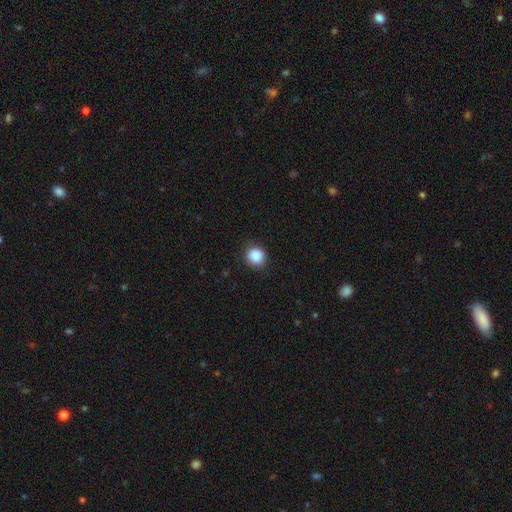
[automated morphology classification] smooth_or_featured: smooth (p=0.88) [alt: star or artifact p=0.09]
how_rounded: round (p=0.86) [alt: in between p=0.13]
merging: none (p=0.87) [alt: minor disturbance p=0.10]